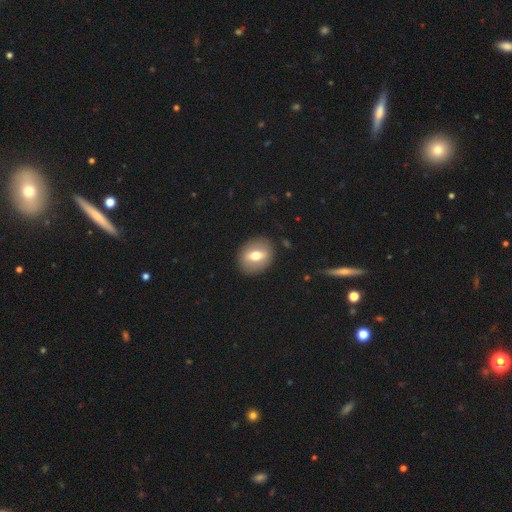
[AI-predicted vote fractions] A smooth galaxy with no disk features (54%) that is round (52%).

Vote fractions:
- Smooth or featured? smooth: 54% / featured or disk: 38% / star or artifact: 8%
- How rounded? round: 52% / in between: 46% / cigar-shaped: 2%
- Merging? none: 88% / minor disturbance: 8% / major disturbance: 3% / merger: 1%